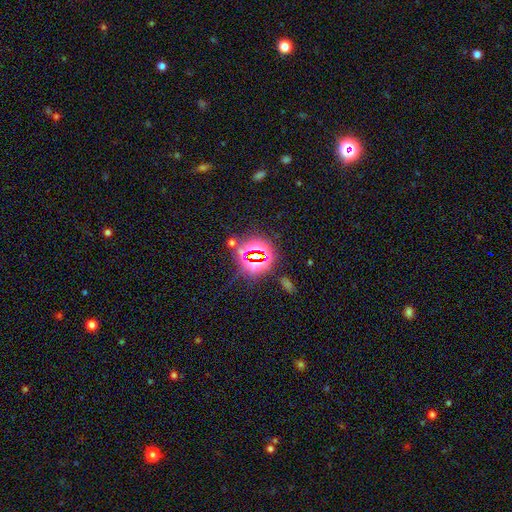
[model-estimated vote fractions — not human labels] Morphology: type=star or artifact (76%).